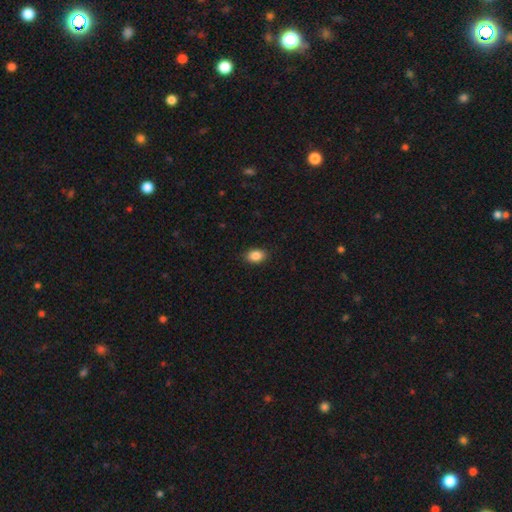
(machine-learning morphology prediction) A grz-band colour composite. It shows a smooth galaxy with no disk features (87%) that is in between round and cigar-shaped (81%). Merging: none (89%).